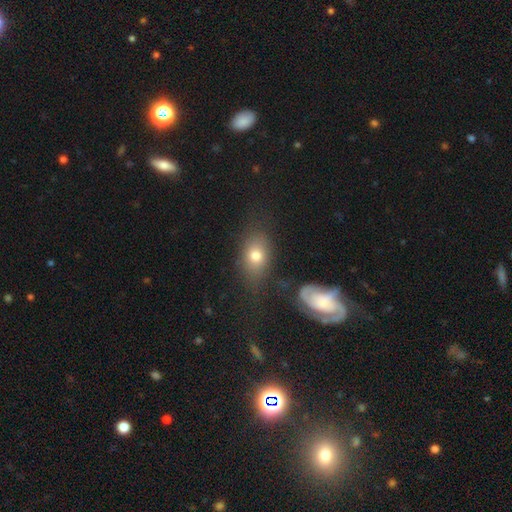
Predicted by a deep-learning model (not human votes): smooth-or-featured: smooth: 72% | featured or disk: 17% | star or artifact: 11%
  how-rounded: in between: 74% | round: 23% | cigar-shaped: 3%
  merging: none: 69% | minor disturbance: 17% | major disturbance: 9% | merger: 6%